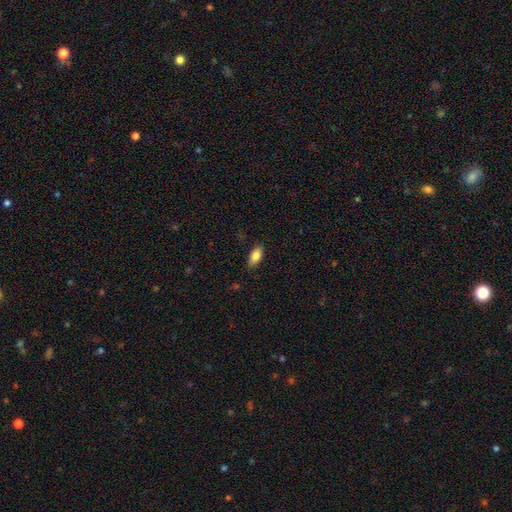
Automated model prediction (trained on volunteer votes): smooth 84%, featured or disk 8%, star or artifact 7%. Down the decision tree: how rounded — in between (89%); merging — none (84%).